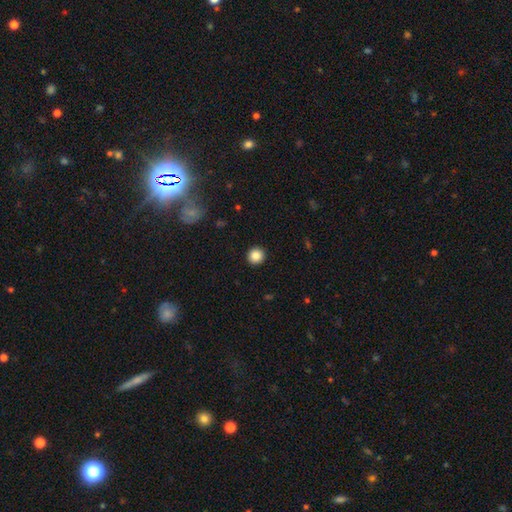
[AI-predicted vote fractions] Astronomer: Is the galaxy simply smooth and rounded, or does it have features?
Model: smooth — 87%.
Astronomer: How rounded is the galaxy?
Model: round — 93%.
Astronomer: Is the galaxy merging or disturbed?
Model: none — 93%.